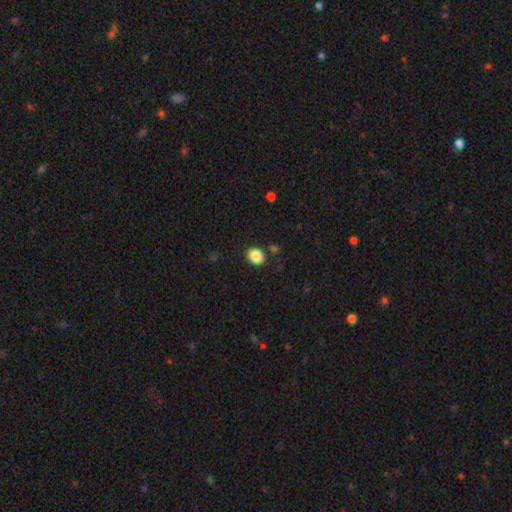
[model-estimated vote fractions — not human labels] Overall: smooth (87%). How rounded: round (58%; in between 42%). Merging: none (86%).